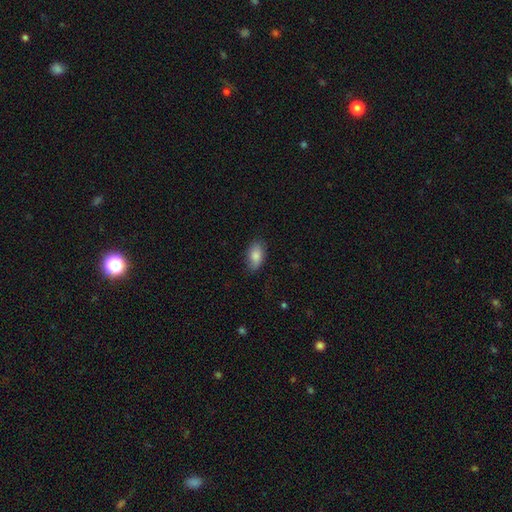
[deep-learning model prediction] Overall: smooth (84%). How rounded: in between (92%). Merging: none (81%).